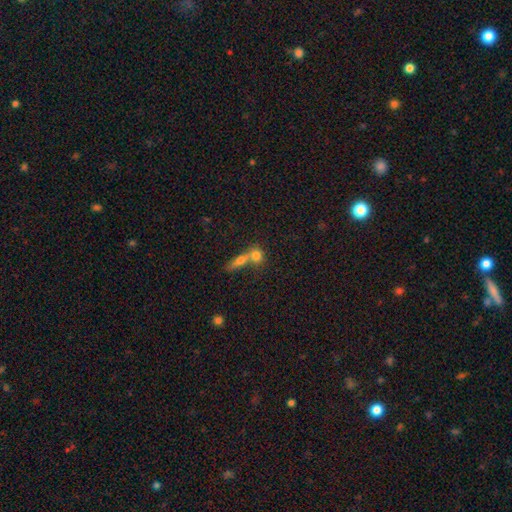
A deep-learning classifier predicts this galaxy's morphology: Overall: smooth (73%). How rounded: round (52%; in between 35%). Merging: merger (60%; none 29%).